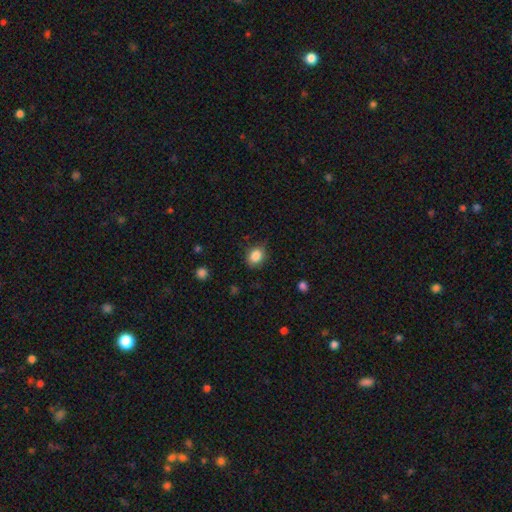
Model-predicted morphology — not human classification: This is clearly a smooth galaxy (85%). How rounded: possibly round (51%). Merging: likely none (77%).